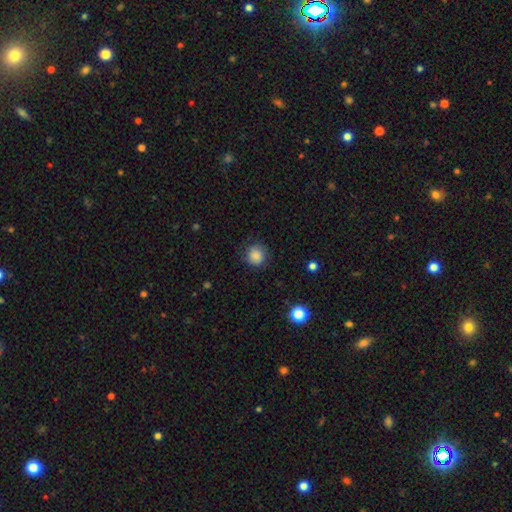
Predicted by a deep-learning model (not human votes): smooth_or_featured: smooth (p=0.86) [alt: star or artifact p=0.10]
how_rounded: round (p=0.92) [alt: in between p=0.07]
merging: none (p=0.85) [alt: minor disturbance p=0.11]